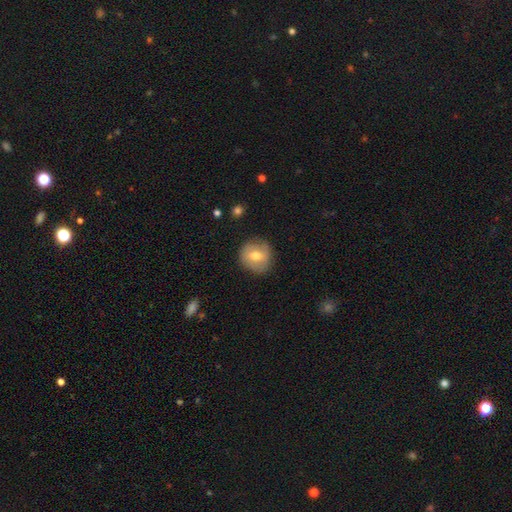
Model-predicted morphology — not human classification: type=smooth (61%); roundness=round (84%); merging=none (81%).